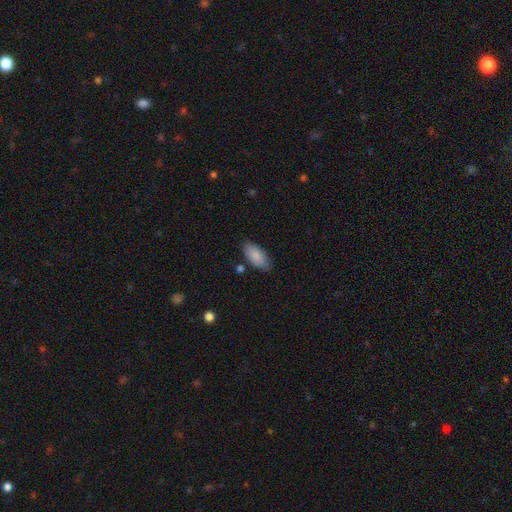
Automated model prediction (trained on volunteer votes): A smooth galaxy with no disk features (87%) that is in between round and cigar-shaped (90%). Merging: none (80%).